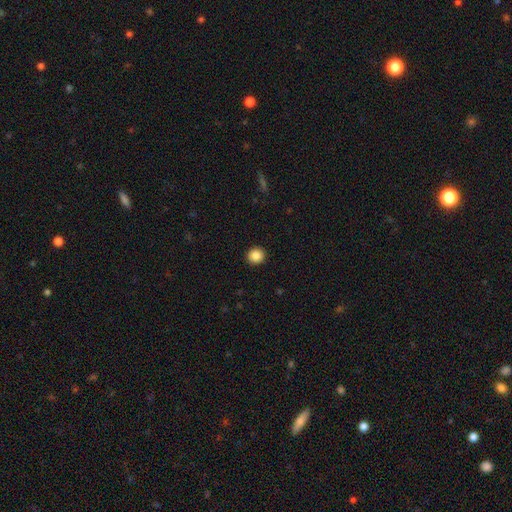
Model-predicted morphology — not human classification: The model was most divided on "smooth or featured": smooth: 87%, star or artifact: 10%, featured or disk: 3%. More confident: merging — none (93%); how rounded — round (91%).